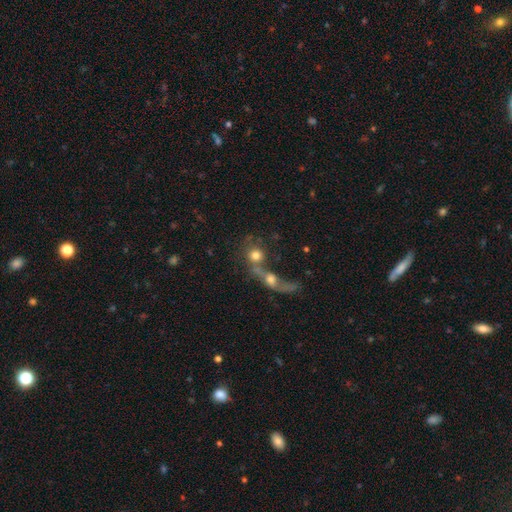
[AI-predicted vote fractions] Smooth or featured: smooth — 69% (featured or disk — 19%)
How rounded: round — 81% (in between — 16%)
Merging: merger — 56% (none — 28%)